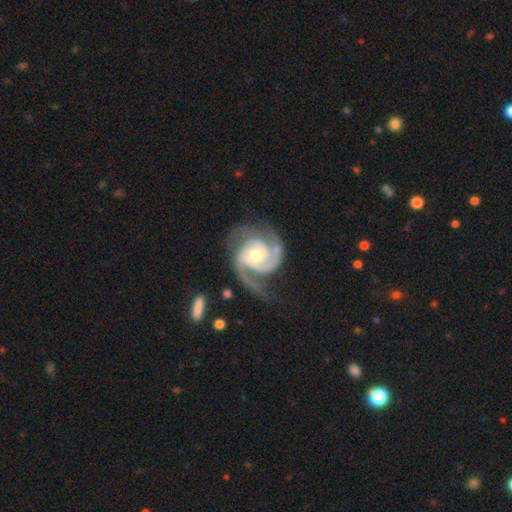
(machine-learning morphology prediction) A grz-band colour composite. It shows a featured or disk galaxy (93%) with no bar (65%), 2 (76%) tight (49%) spiral arms (98%) and a moderate central bulge (66%). Merging: none (67%).